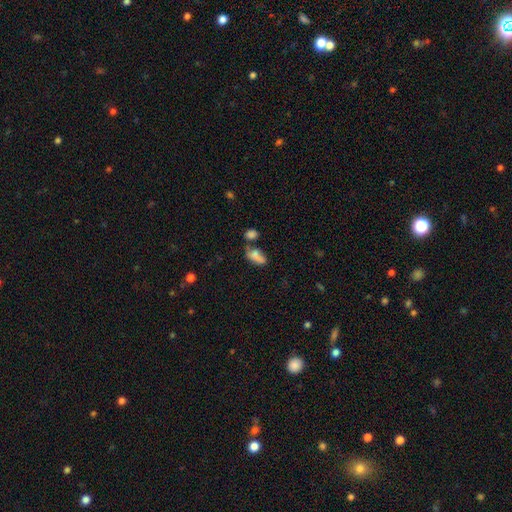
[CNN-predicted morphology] Q: Smooth or featured?
A: smooth (75%); runner-up: featured or disk (15%)
Q: How rounded?
A: in between (82%); runner-up: cigar-shaped (12%)
Q: Merging?
A: none (35%); runner-up: merger (33%)